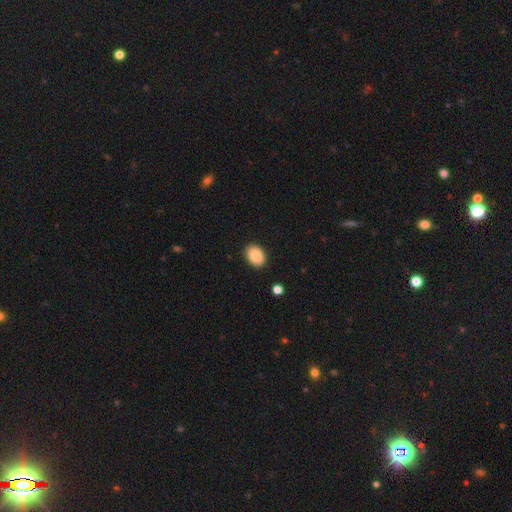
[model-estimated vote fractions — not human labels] smooth-or-featured: smooth: 88% | star or artifact: 7% | featured or disk: 5%
  how-rounded: in between: 77% | round: 22% | cigar-shaped: 1%
  merging: none: 89% | minor disturbance: 8% | major disturbance: 2% | merger: 1%